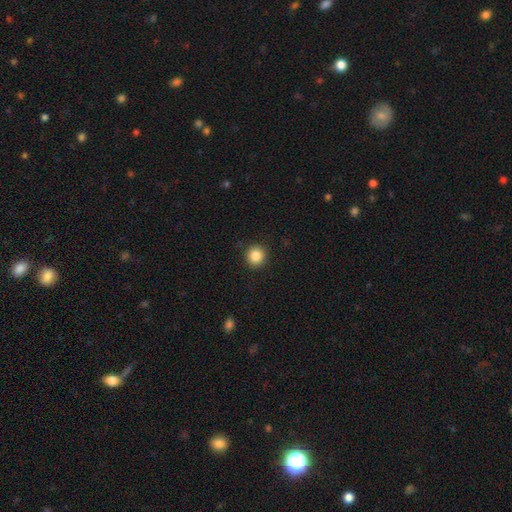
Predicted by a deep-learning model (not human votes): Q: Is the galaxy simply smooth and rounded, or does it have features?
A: smooth — 86%.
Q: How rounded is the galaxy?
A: round — 92%.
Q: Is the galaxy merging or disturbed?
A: none — 91%.